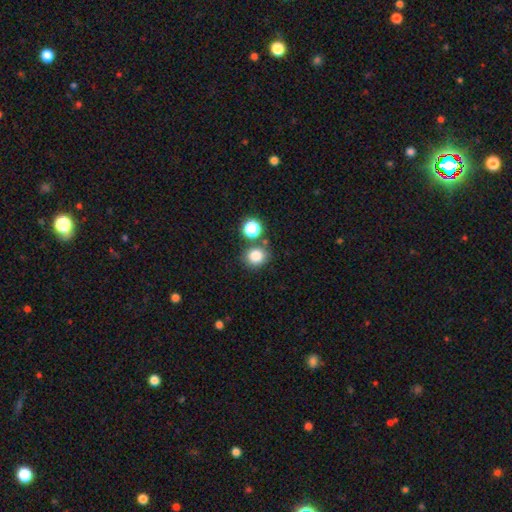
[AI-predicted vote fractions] smooth-or-featured: smooth: 82% | star or artifact: 13% | featured or disk: 5%
  how-rounded: round: 81% | in between: 18% | cigar-shaped: 1%
  merging: none: 74% | merger: 13% | minor disturbance: 10% | major disturbance: 3%